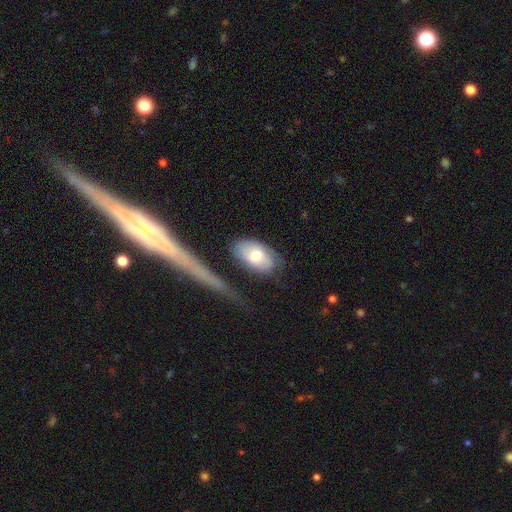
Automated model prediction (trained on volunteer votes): smooth 61%, featured or disk 33%, star or artifact 6%. Down the decision tree: how rounded — in between (91%); merging — none (57%).